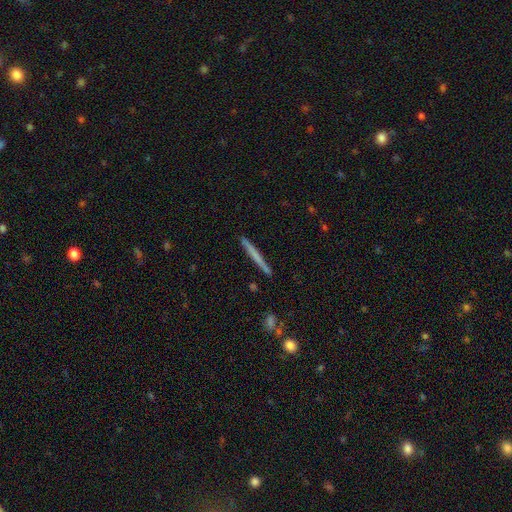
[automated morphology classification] Smooth or featured? Predicted: smooth (p=0.54). How rounded? Predicted: cigar-shaped (p=0.97). Merging? Predicted: none (p=0.91).